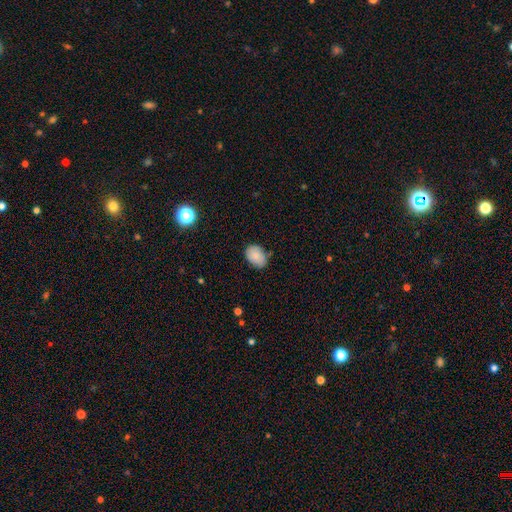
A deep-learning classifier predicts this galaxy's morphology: Smooth or featured? smooth (85%)
How rounded? in between (79%)
Merging? none (71%)